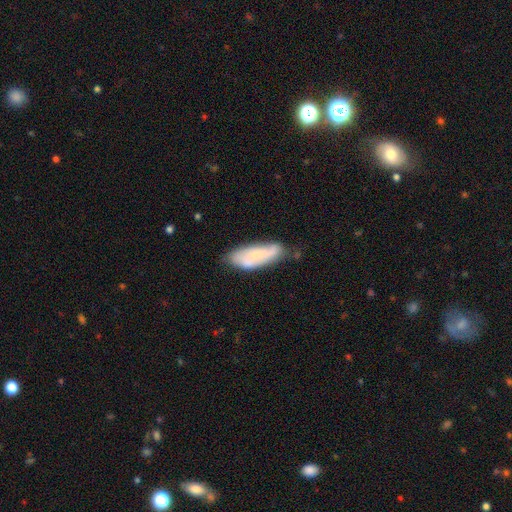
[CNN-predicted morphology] smooth-or-featured: smooth: 53% | featured or disk: 40% | star or artifact: 7%
  how-rounded: in between: 65% | cigar-shaped: 33% | round: 2%
  merging: none: 59% | minor disturbance: 28% | major disturbance: 7% | merger: 5%